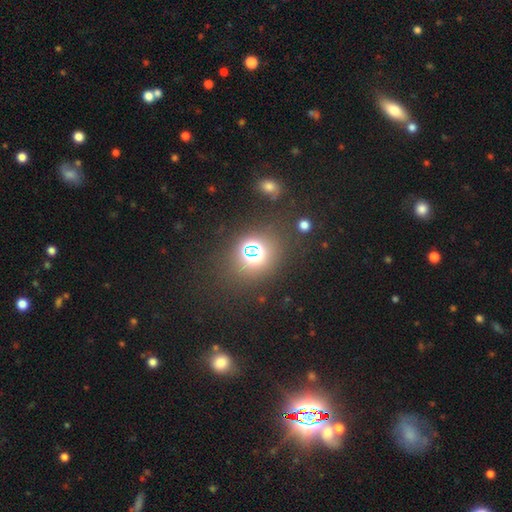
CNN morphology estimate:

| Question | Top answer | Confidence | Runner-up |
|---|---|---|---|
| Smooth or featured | star or artifact | 57% | smooth (33%) |